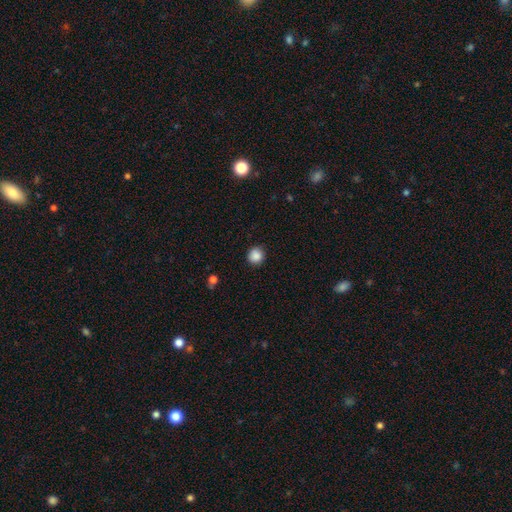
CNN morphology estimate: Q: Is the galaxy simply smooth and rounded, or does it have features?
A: smooth — 87%.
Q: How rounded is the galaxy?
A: round — 92%.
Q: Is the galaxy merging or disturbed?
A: none — 90%.